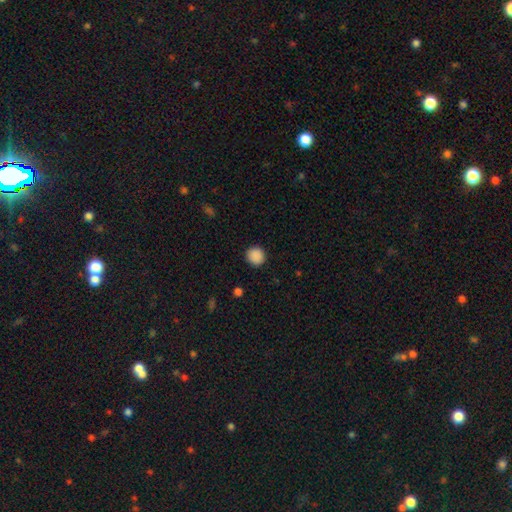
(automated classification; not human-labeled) This appears to be a smooth galaxy with no disk features (89%) that is round (91%). Merging: none (91%).